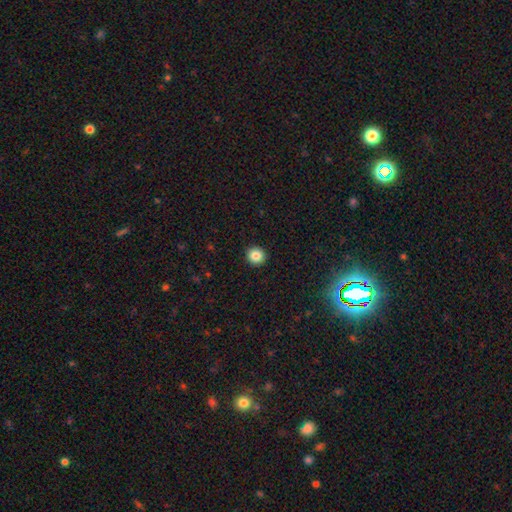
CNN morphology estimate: Q: Smooth or featured?
A: smooth (86%); runner-up: star or artifact (10%)
Q: How rounded?
A: round (94%); runner-up: in between (5%)
Q: Merging?
A: none (93%); runner-up: minor disturbance (4%)